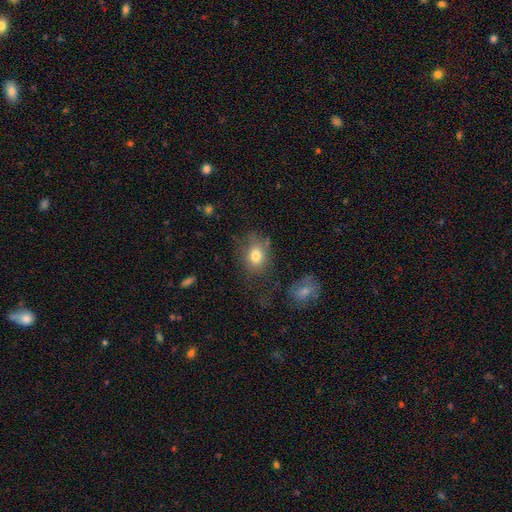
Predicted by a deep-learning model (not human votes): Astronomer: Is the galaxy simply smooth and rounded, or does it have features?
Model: smooth — 78%.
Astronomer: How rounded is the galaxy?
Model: in between — 64%.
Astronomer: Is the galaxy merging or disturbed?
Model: none — 60%.